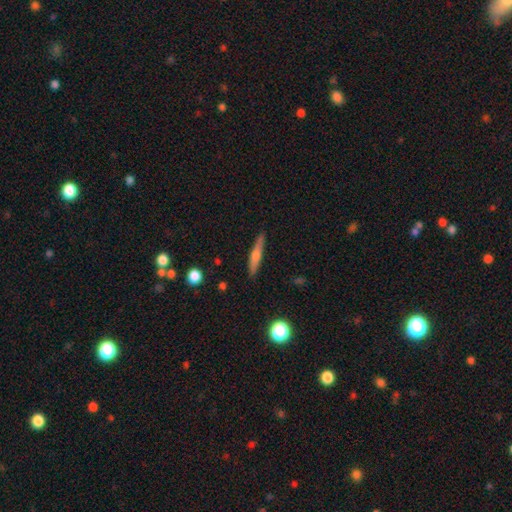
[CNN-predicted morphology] A smooth galaxy with no disk features (48%). Merging: none (88%).